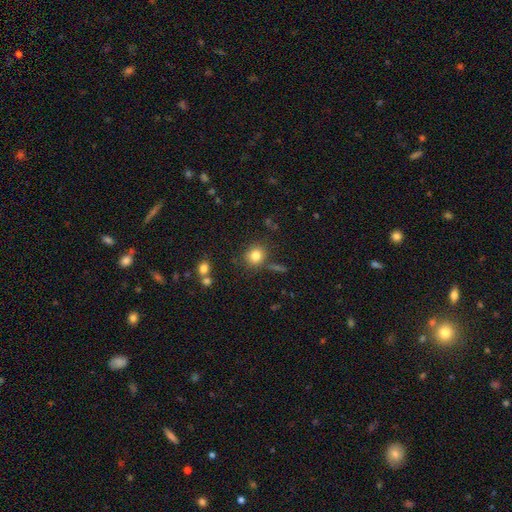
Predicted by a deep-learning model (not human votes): Smooth or featured? smooth (81%)
How rounded? round (81%)
Merging? none (80%)